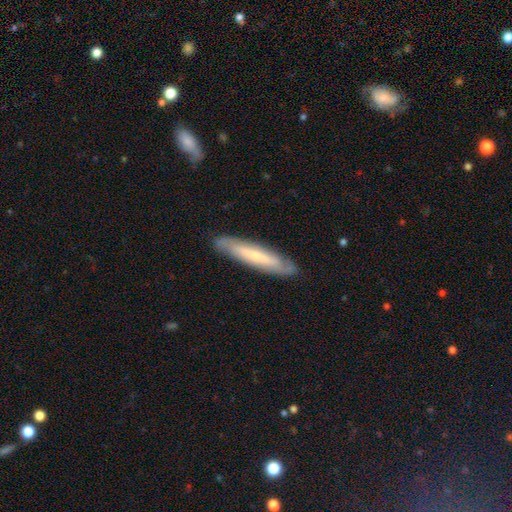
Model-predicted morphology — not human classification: Smooth or featured? Predicted: featured or disk (p=0.53). Edge-on disk? Predicted: yes (p=0.57). Merging? Predicted: none (p=0.85).